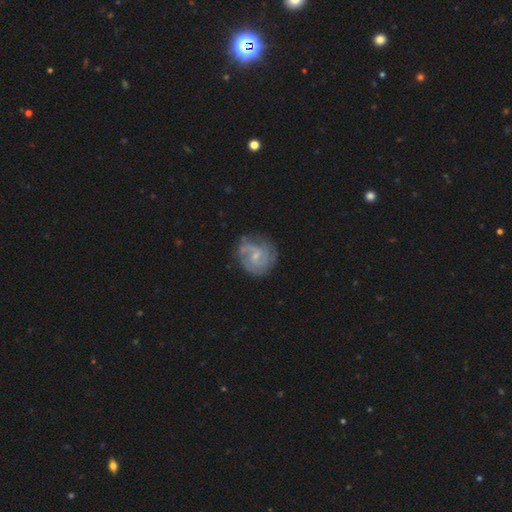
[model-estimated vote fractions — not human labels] smooth-or-featured: featured or disk: 81% | smooth: 14% | star or artifact: 6%
  disk-edge-on: no: 98% | yes: 2%
    bar: weak: 52% | no: 40% | strong: 8%
    has-spiral-arms: yes: 94% | no: 6%
      spiral-winding: tight: 45% | medium: 43% | loose: 13%
      spiral-arm-count: 2: 51% | can't tell: 21% | 3: 16% | 1: 4% | 4: 4% | more than 4: 3%
    bulge-size: small: 66% | moderate: 24% | none: 8% | large: 1% | dominant: 1%
  merging: none: 69% | minor disturbance: 21% | major disturbance: 8% | merger: 2%